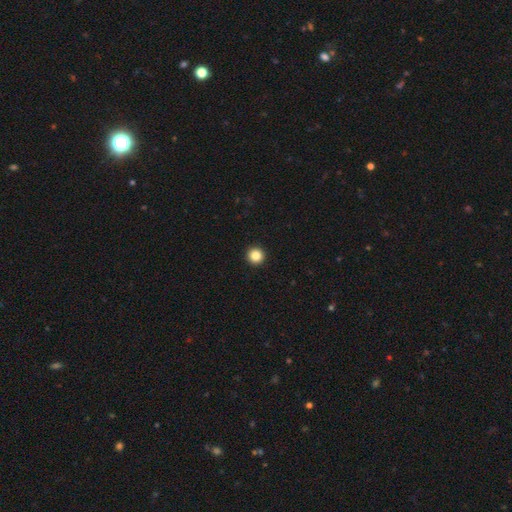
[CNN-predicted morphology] Smooth or featured? Predicted: smooth (p=0.85). How rounded? Predicted: round (p=0.96). Merging? Predicted: none (p=0.94).